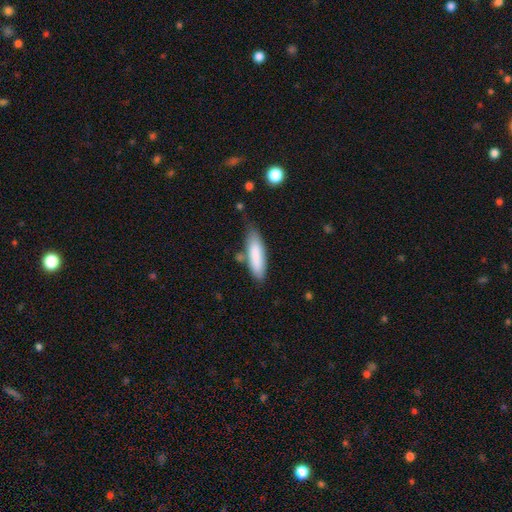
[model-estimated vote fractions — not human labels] Smooth or featured: smooth — 83% (featured or disk — 11%)
How rounded: cigar-shaped — 61% (in between — 38%)
Merging: none — 67% (minor disturbance — 22%)